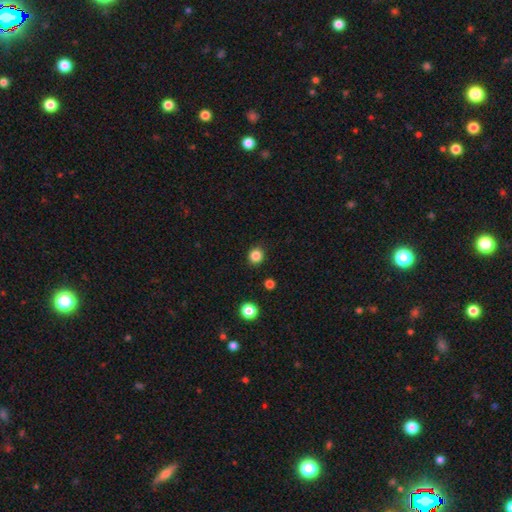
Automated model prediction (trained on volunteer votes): This is clearly a smooth galaxy (85%). How rounded: clearly round (89%). Merging: clearly none (91%).